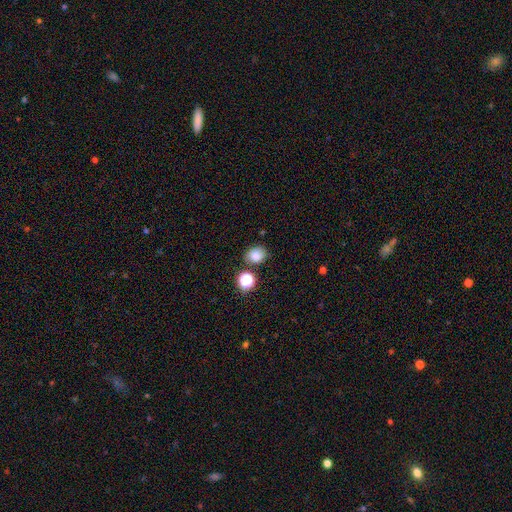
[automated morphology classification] The model was most divided on "how rounded": round: 55%, in between: 44%, cigar-shaped: 1%. More confident: smooth or featured — smooth (79%); merging — none (74%).